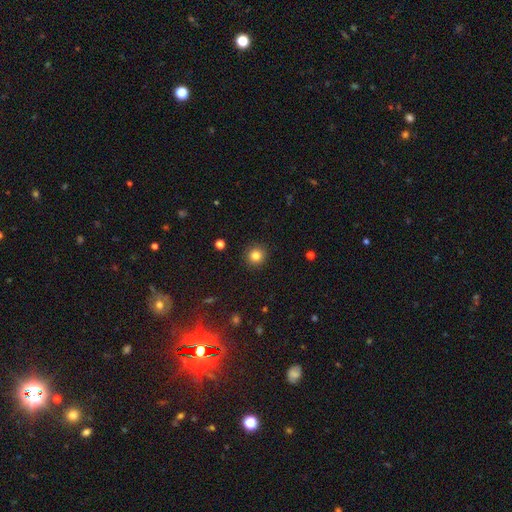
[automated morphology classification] smooth-or-featured: smooth: 83% | star or artifact: 12% | featured or disk: 6%
  how-rounded: round: 94% | in between: 5% | cigar-shaped: 1%
  merging: none: 92% | minor disturbance: 5% | major disturbance: 2% | merger: 1%